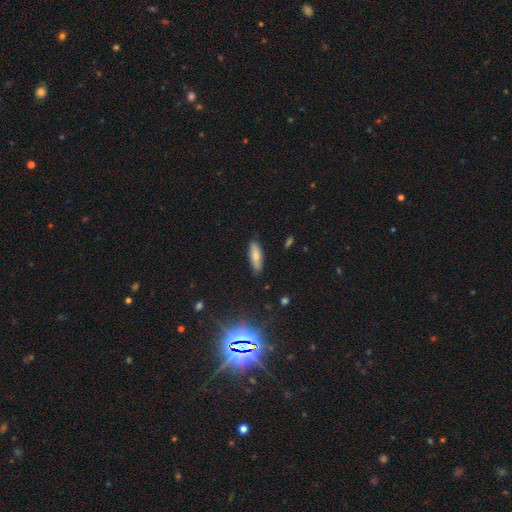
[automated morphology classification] A smooth galaxy with no disk features (75%) that is in between round and cigar-shaped (50%). Merging: none (84%).